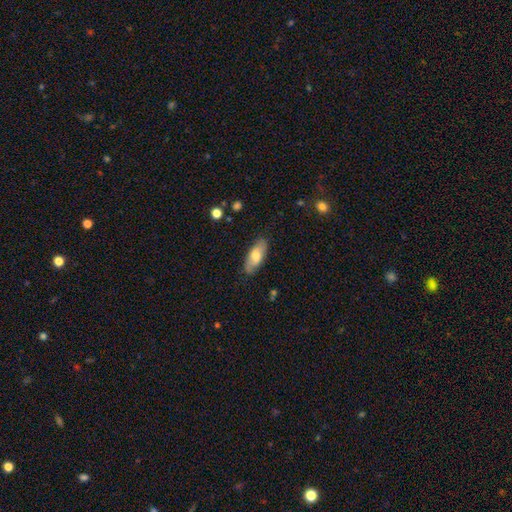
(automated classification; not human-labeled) smooth_or_featured: smooth (p=0.67) [alt: featured or disk p=0.27]
how_rounded: in between (p=0.83) [alt: cigar-shaped p=0.15]
merging: none (p=0.82) [alt: minor disturbance p=0.14]